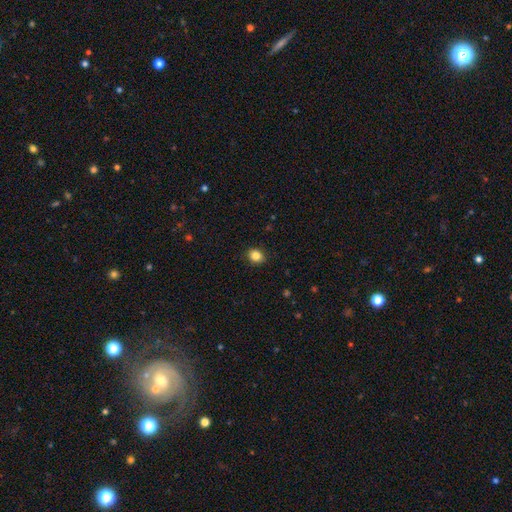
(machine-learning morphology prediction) Smooth or featured?
  - smooth: 85% *
  - star or artifact: 10%
  - featured or disk: 5%
How rounded?
  - round: 61% *
  - in between: 38%
  - cigar-shaped: 1%
Merging?
  - none: 90% *
  - minor disturbance: 7%
  - major disturbance: 2%
  - merger: 1%